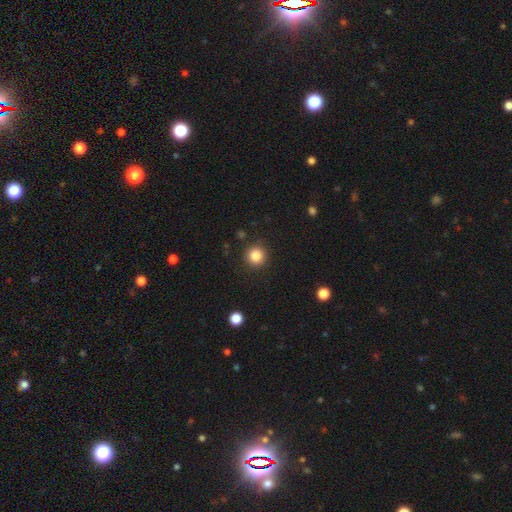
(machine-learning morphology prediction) smooth_or_featured: smooth (p=0.85) [alt: star or artifact p=0.11]
how_rounded: round (p=0.93) [alt: in between p=0.06]
merging: none (p=0.90) [alt: minor disturbance p=0.06]